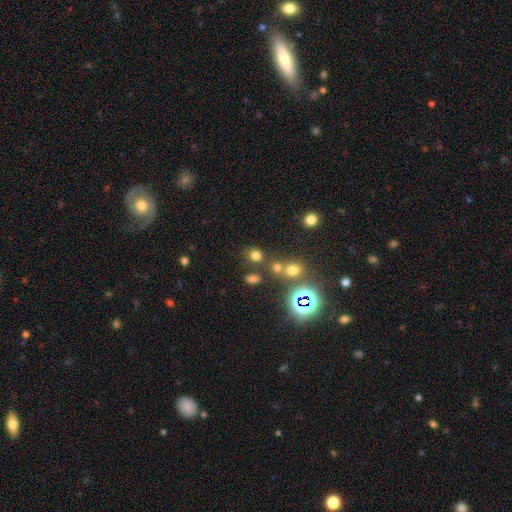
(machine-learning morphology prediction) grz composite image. It shows a smooth galaxy with no disk features (67%) that is round (74%). Merging: none (66%).